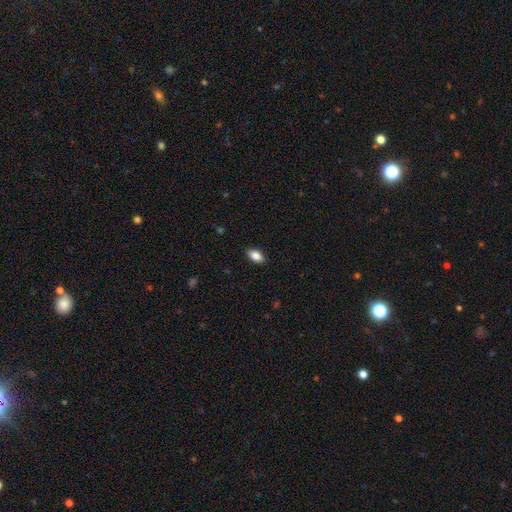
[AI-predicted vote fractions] Smooth or featured? smooth (87%)
How rounded? in between (91%)
Merging? none (88%)